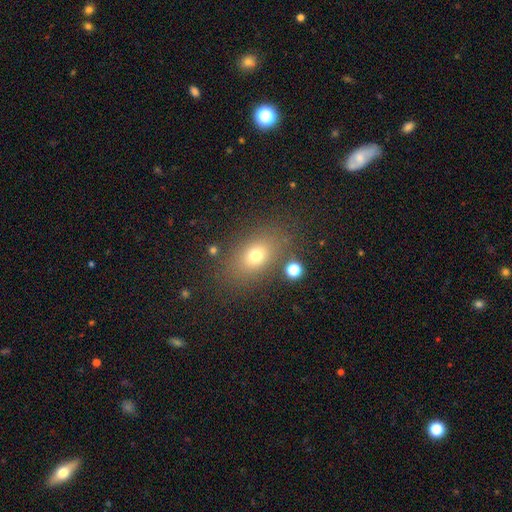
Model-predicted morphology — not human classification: type=smooth (72%); roundness=in between (76%); merging=none (79%).